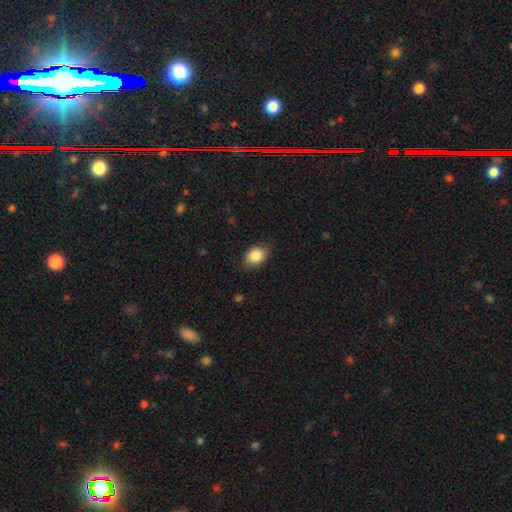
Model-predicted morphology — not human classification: type=smooth (86%); roundness=in between (64%); merging=none (79%).